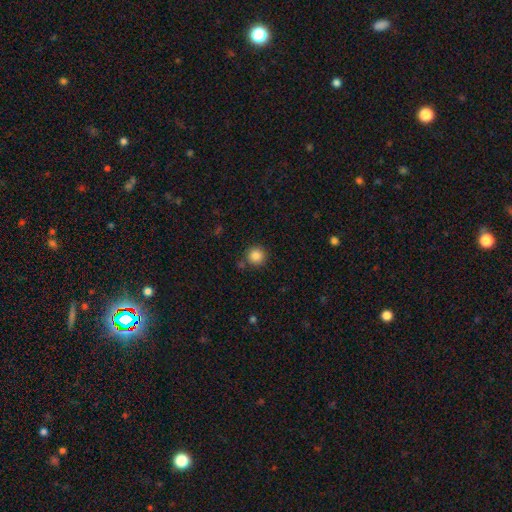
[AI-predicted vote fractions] Smooth or featured?
  - smooth: 86% *
  - star or artifact: 10%
  - featured or disk: 4%
How rounded?
  - round: 95% *
  - in between: 4%
  - cigar-shaped: 1%
Merging?
  - none: 85% *
  - minor disturbance: 8%
  - merger: 5%
  - major disturbance: 3%